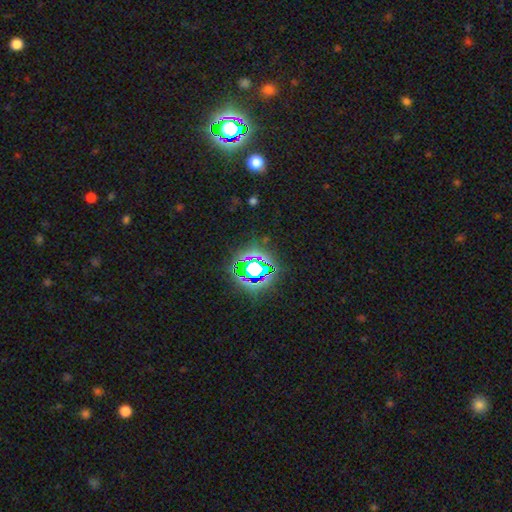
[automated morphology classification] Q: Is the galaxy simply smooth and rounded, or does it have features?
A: star or artifact — 80%.